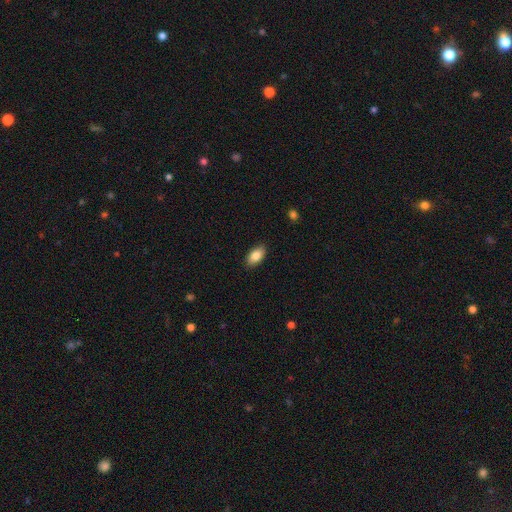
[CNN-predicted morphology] Smooth or featured?
  - smooth: 85% *
  - featured or disk: 8%
  - star or artifact: 7%
How rounded?
  - in between: 93% *
  - round: 4%
  - cigar-shaped: 3%
Merging?
  - none: 89% *
  - minor disturbance: 8%
  - major disturbance: 2%
  - merger: 1%